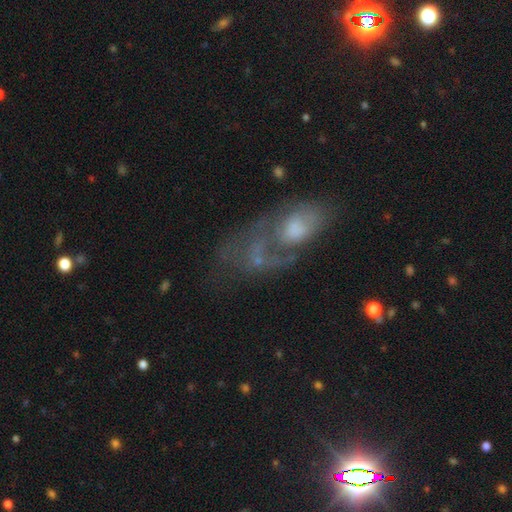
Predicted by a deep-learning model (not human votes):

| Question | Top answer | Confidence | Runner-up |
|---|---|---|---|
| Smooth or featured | featured or disk | 59% | smooth (30%) |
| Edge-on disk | no | 94% | yes (6%) |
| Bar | no | 83% | weak (14%) |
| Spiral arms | no | 53% | yes (47%) |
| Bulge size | moderate | 42% | small (27%) |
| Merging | major disturbance | 38% | none (33%) |